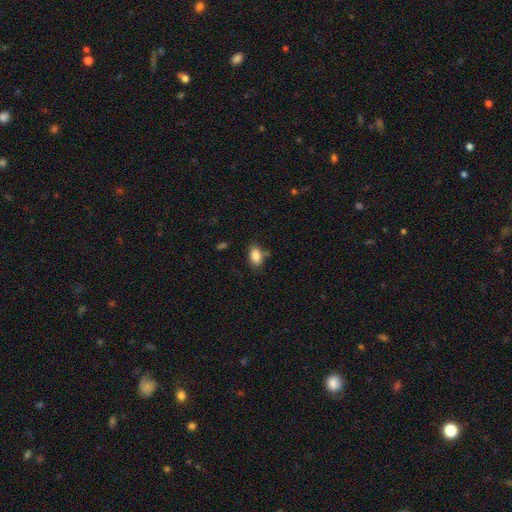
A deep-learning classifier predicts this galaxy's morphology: Smooth or featured?
  - smooth: 86% *
  - star or artifact: 8%
  - featured or disk: 6%
How rounded?
  - in between: 89% *
  - round: 9%
  - cigar-shaped: 2%
Merging?
  - none: 75% *
  - minor disturbance: 15%
  - merger: 6%
  - major disturbance: 4%